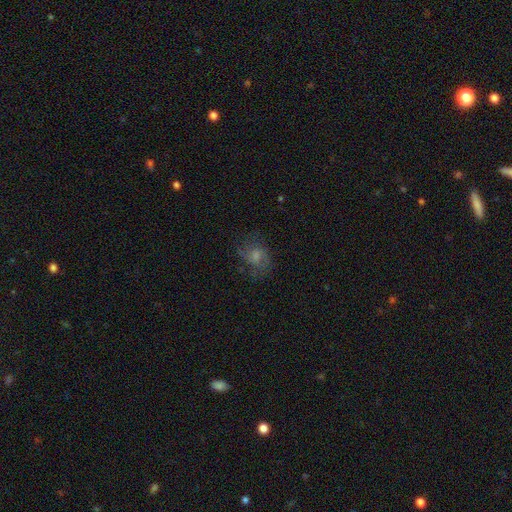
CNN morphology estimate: smooth-or-featured: featured or disk: 44% | smooth: 35% | star or artifact: 21%
  merging: none: 65% | minor disturbance: 19% | major disturbance: 15% | merger: 1%